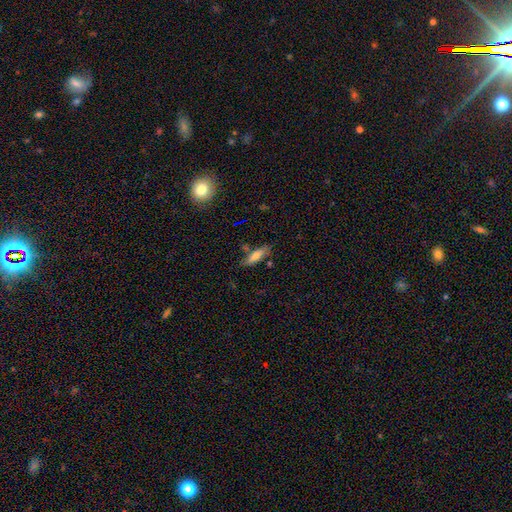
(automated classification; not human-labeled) Smooth or featured? Predicted: smooth (p=0.73). How rounded? Predicted: cigar-shaped (p=0.57). Merging? Predicted: none (p=0.71).